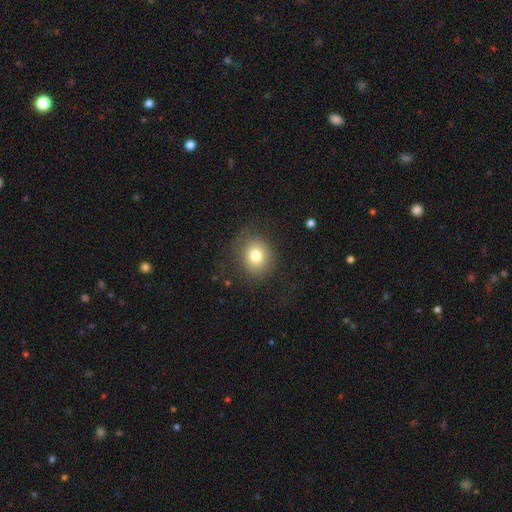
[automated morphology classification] A smooth galaxy with no disk features (78%) that is round (70%). Merging: none (77%).